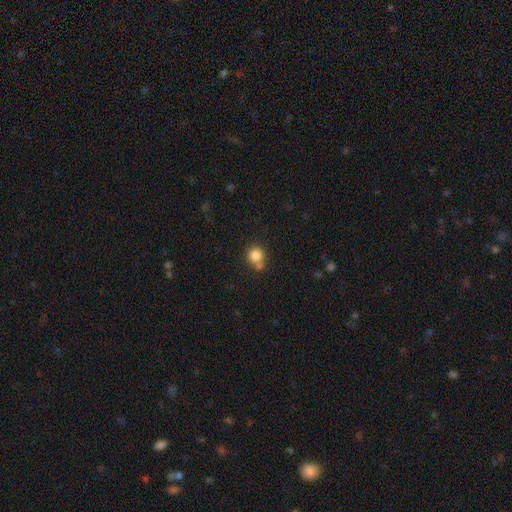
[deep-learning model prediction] This is clearly a smooth galaxy (83%). How rounded: clearly round (85%). Merging: possibly none (58%).